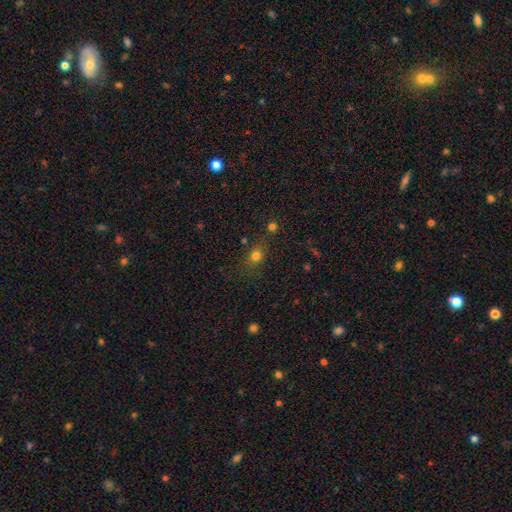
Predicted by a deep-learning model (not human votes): Smooth or featured? smooth (73%)
How rounded? round (56%)
Merging? none (71%)